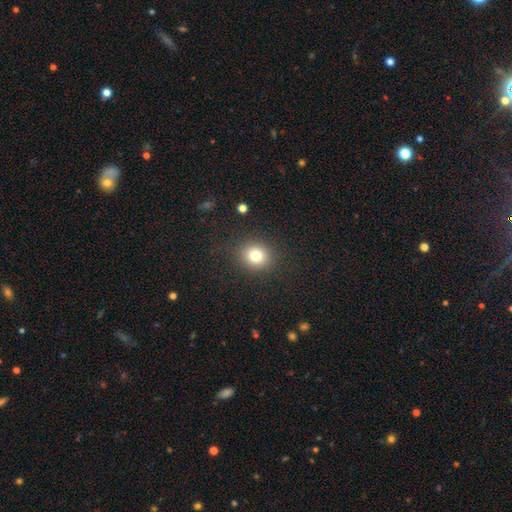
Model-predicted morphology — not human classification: smooth_or_featured: smooth (p=0.79) [alt: star or artifact p=0.13]
how_rounded: round (p=0.82) [alt: in between p=0.17]
merging: none (p=0.88) [alt: minor disturbance p=0.08]